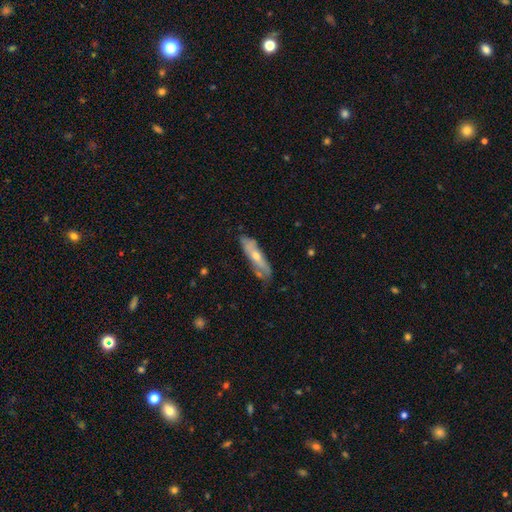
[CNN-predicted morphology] Q: Smooth or featured?
A: featured or disk (54%); runner-up: smooth (39%)
Q: Edge-on disk?
A: yes (50%); tied with: no (50%)
Q: Merging?
A: none (66%); runner-up: minor disturbance (24%)